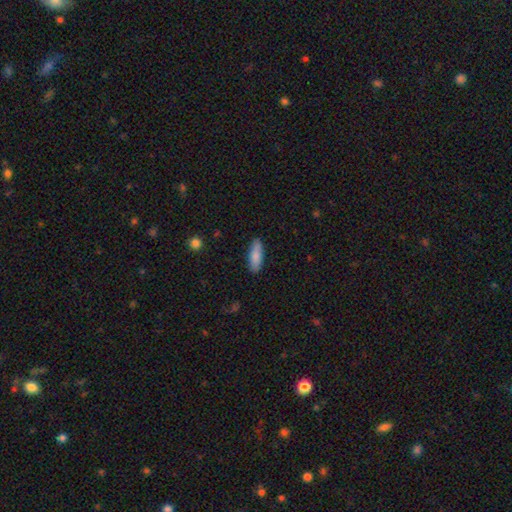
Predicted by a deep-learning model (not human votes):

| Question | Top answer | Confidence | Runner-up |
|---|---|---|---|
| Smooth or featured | smooth | 85% | featured or disk (9%) |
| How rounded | in between | 56% | cigar-shaped (42%) |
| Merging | none | 88% | minor disturbance (9%) |